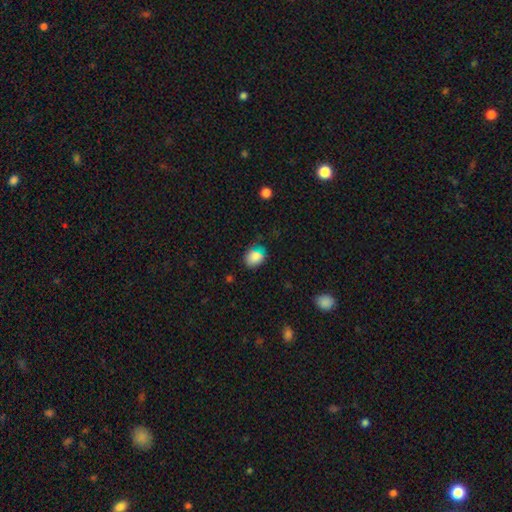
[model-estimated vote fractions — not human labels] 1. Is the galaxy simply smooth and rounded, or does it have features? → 82% smooth, 12% star or artifact, 6% featured or disk.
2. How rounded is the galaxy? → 54% in between, 44% round, 1% cigar-shaped.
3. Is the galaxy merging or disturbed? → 66% none, 24% minor disturbance, 6% major disturbance, 3% merger.